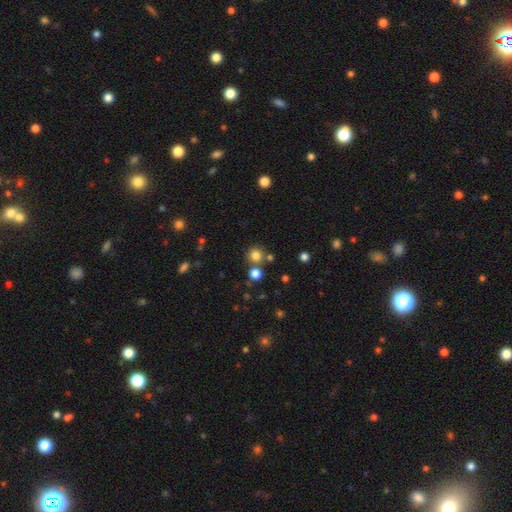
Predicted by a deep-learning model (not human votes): Smooth or featured?
  - smooth: 79% *
  - star or artifact: 15%
  - featured or disk: 6%
How rounded?
  - round: 91% *
  - in between: 8%
  - cigar-shaped: 1%
Merging?
  - none: 74% *
  - merger: 15%
  - minor disturbance: 7%
  - major disturbance: 3%